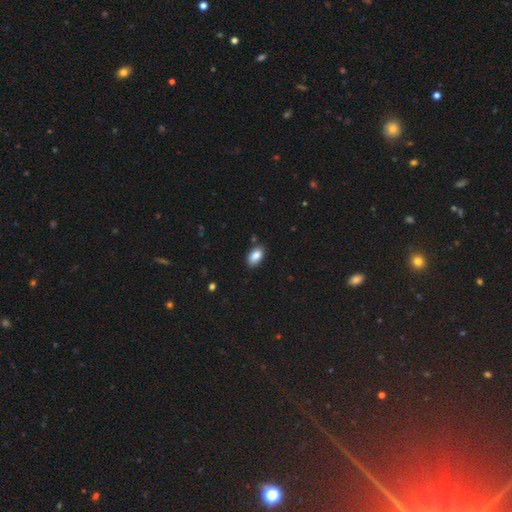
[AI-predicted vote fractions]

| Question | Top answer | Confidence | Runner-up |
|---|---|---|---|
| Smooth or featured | smooth | 87% | star or artifact (8%) |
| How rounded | in between | 93% | round (5%) |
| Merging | none | 85% | minor disturbance (11%) |